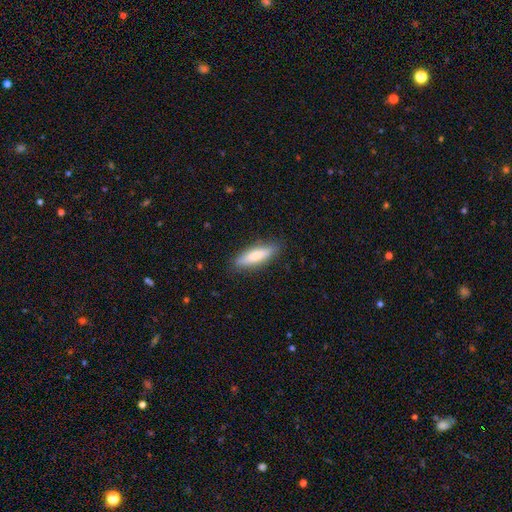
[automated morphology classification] Smooth or featured: smooth — 68% (featured or disk — 26%)
How rounded: cigar-shaped — 62% (in between — 36%)
Merging: none — 86% (minor disturbance — 11%)